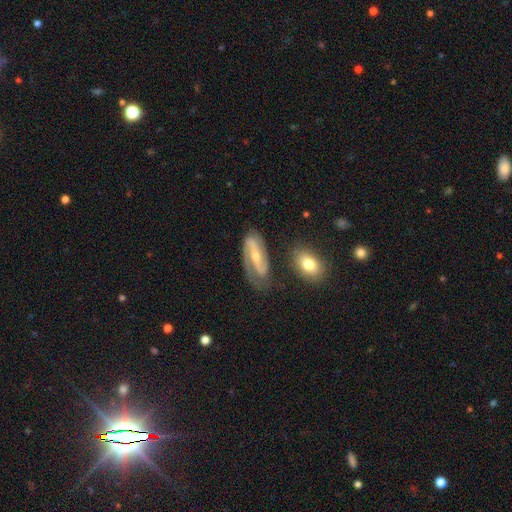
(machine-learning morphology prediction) This is clearly a featured or disk galaxy (82%). It is clearly not viewed edge-on (92%). Bar: possibly strong (48%). Spiral arm pattern: clearly yes (94%). Spiral arm count: clearly 2 (84%). Spiral winding: possibly medium (45%). Central bulge: possibly small (58%). Merging: likely none (69%).